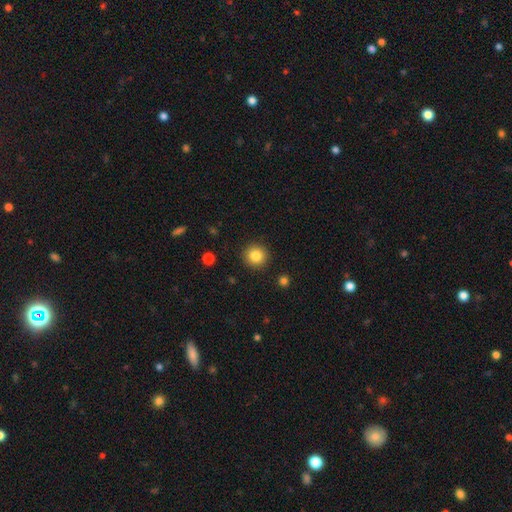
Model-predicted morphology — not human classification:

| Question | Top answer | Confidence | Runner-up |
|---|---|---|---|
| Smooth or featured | smooth | 84% | star or artifact (10%) |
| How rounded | round | 94% | in between (5%) |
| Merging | none | 91% | minor disturbance (6%) |